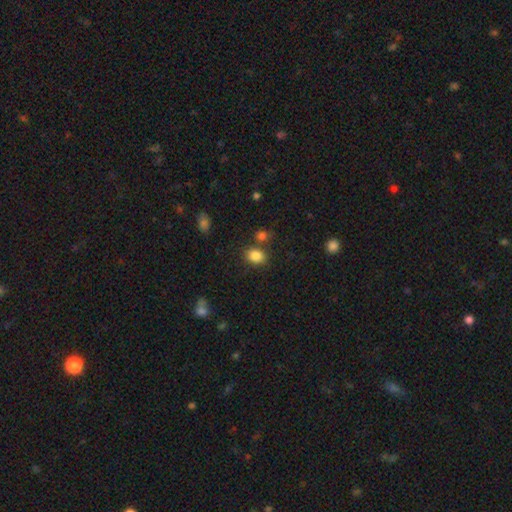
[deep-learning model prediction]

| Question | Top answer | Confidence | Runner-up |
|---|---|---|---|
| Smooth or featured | smooth | 84% | star or artifact (11%) |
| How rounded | in between | 58% | round (41%) |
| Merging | none | 73% | minor disturbance (12%) |